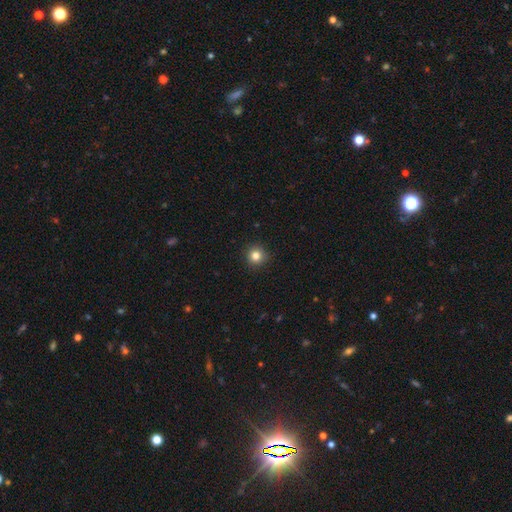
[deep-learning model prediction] Smooth or featured?
  - smooth: 83% *
  - star or artifact: 12%
  - featured or disk: 5%
How rounded?
  - round: 95% *
  - in between: 4%
  - cigar-shaped: 1%
Merging?
  - none: 92% *
  - minor disturbance: 5%
  - major disturbance: 2%
  - merger: 1%